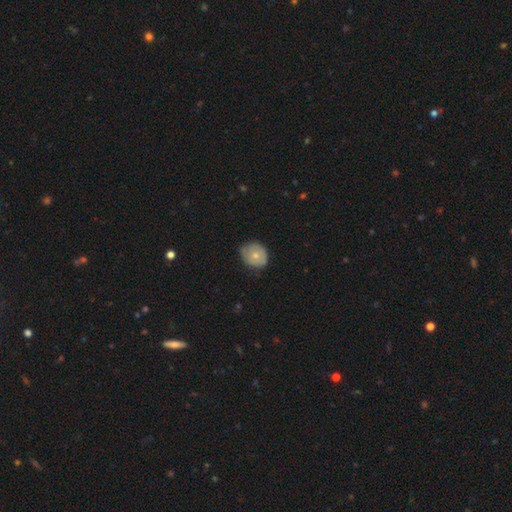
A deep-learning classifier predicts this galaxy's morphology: Smooth or featured: smooth — 59% (featured or disk — 34%)
How rounded: round — 71% (in between — 28%)
Merging: none — 61% (minor disturbance — 32%)